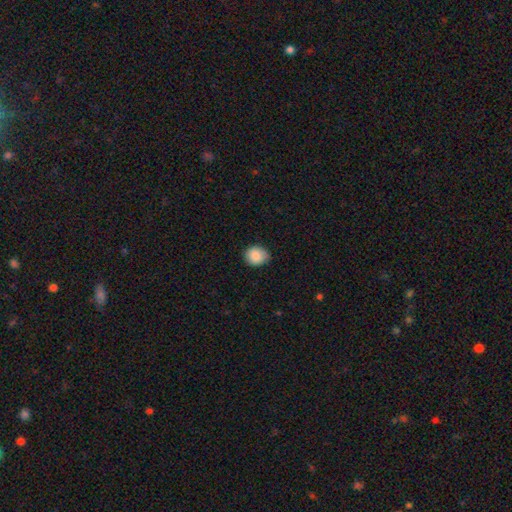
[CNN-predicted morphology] This appears to be a smooth galaxy with no disk features (87%) that is round (68%). Merging: none (79%).